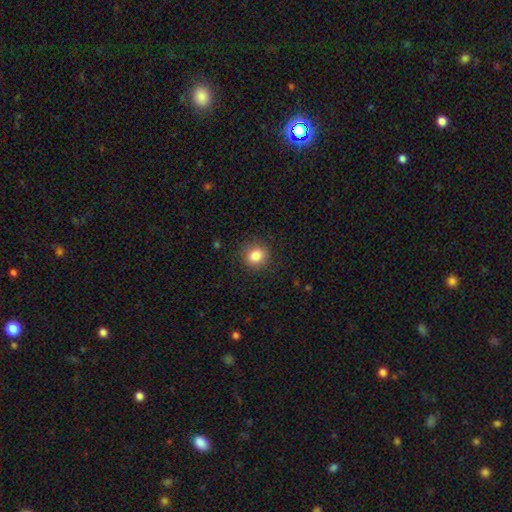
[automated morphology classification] This appears to be a smooth galaxy with no disk features (85%) that is round (81%). Merging: none (87%).